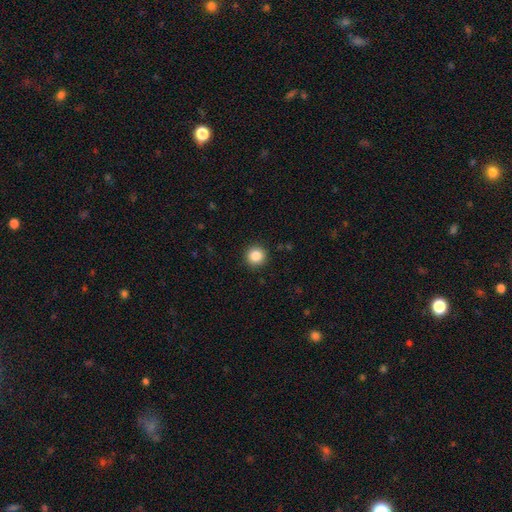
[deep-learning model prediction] Q: Smooth or featured?
A: smooth (86%); runner-up: star or artifact (10%)
Q: How rounded?
A: round (95%); runner-up: in between (4%)
Q: Merging?
A: none (92%); runner-up: minor disturbance (5%)